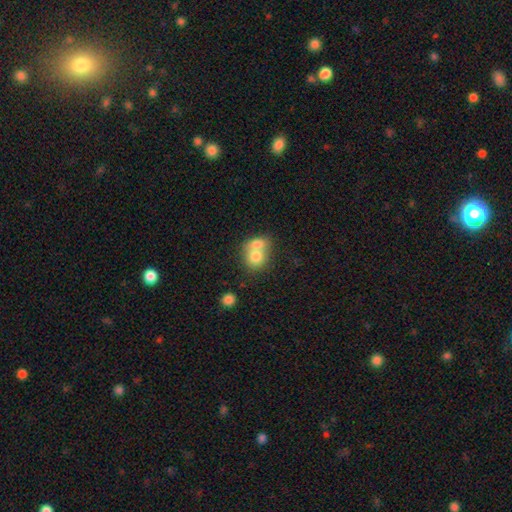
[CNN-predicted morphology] The model was most divided on "how rounded": round: 64%, in between: 35%, cigar-shaped: 1%. More confident: smooth or featured — smooth (73%); merging — merger (68%).